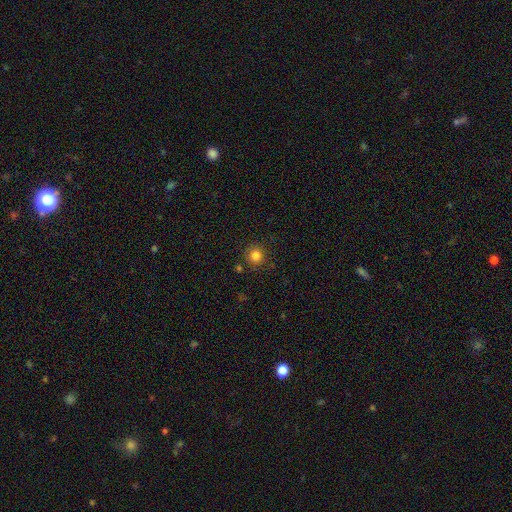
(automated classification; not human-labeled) smooth 82%, star or artifact 13%, featured or disk 5%. Down the decision tree: how rounded — round (92%); merging — none (83%).